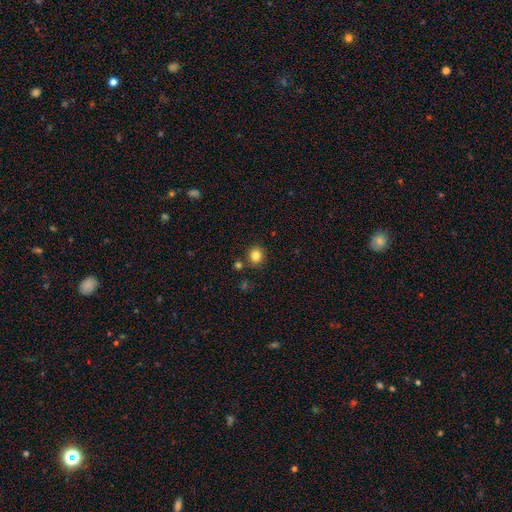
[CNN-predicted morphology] smooth_or_featured: smooth (p=0.83) [alt: star or artifact p=0.11]
how_rounded: round (p=0.84) [alt: in between p=0.15]
merging: none (p=0.84) [alt: minor disturbance p=0.08]